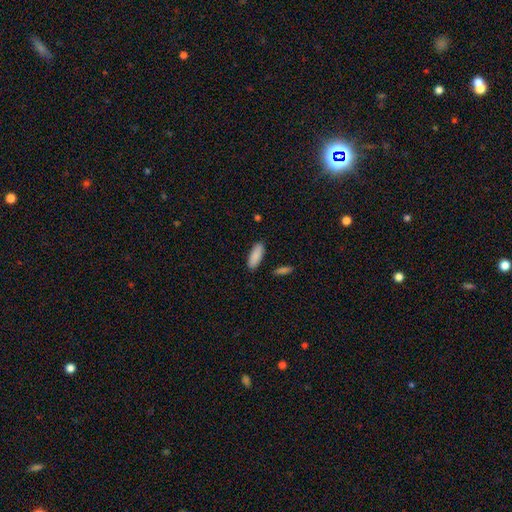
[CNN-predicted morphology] The model was most divided on "how rounded": in between: 73%, cigar-shaped: 25%, round: 2%. More confident: smooth or featured — smooth (89%); merging — none (87%).